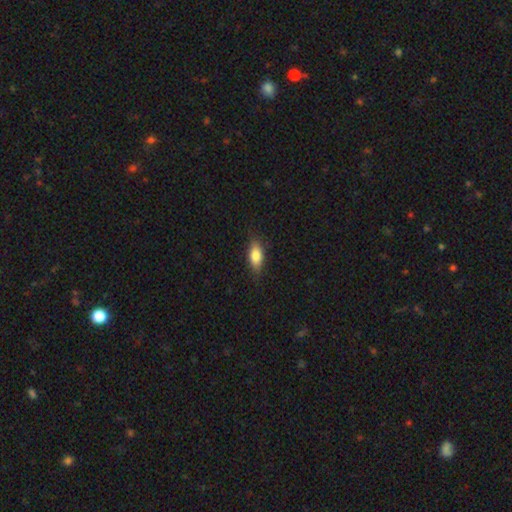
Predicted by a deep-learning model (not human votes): smooth-or-featured: smooth: 80% | featured or disk: 13% | star or artifact: 7%
  how-rounded: in between: 81% | cigar-shaped: 15% | round: 4%
  merging: none: 84% | minor disturbance: 12% | major disturbance: 3% | merger: 1%